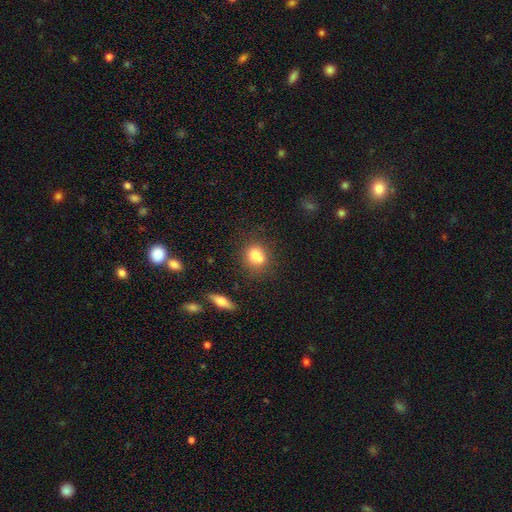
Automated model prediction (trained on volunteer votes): A smooth galaxy with no disk features (76%) that is round (66%).

Vote fractions:
- Smooth or featured? smooth: 76% / featured or disk: 14% / star or artifact: 11%
- How rounded? round: 66% / in between: 32% / cigar-shaped: 2%
- Merging? none: 51% / merger: 30% / minor disturbance: 15% / major disturbance: 5%